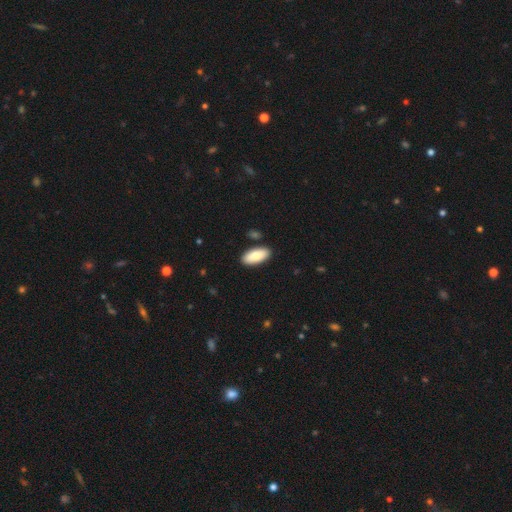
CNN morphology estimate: A smooth galaxy with no disk features (81%) that is in between round and cigar-shaped (91%).

Vote fractions:
- Smooth or featured? smooth: 81% / featured or disk: 13% / star or artifact: 6%
- How rounded? in between: 91% / cigar-shaped: 7% / round: 2%
- Merging? none: 87% / minor disturbance: 8% / merger: 3% / major disturbance: 2%